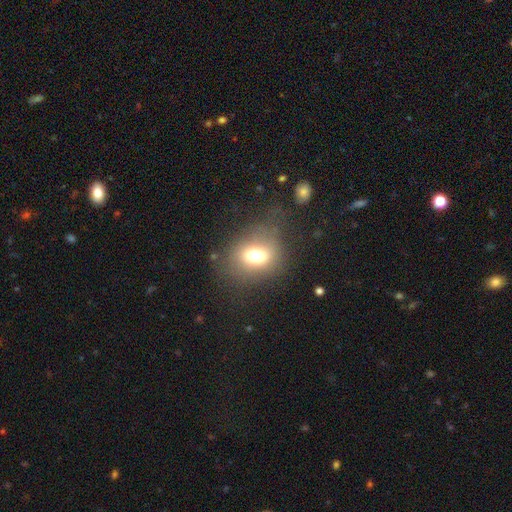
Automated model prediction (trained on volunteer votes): Smooth or featured? Predicted: smooth (p=0.69). How rounded? Predicted: in between (p=0.54). Merging? Predicted: none (p=0.63).